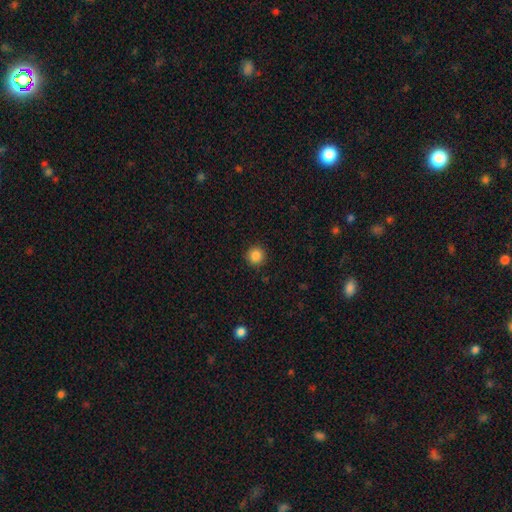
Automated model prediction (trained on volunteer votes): A smooth galaxy with no disk features (86%) that is round (94%). Merging: none (91%).